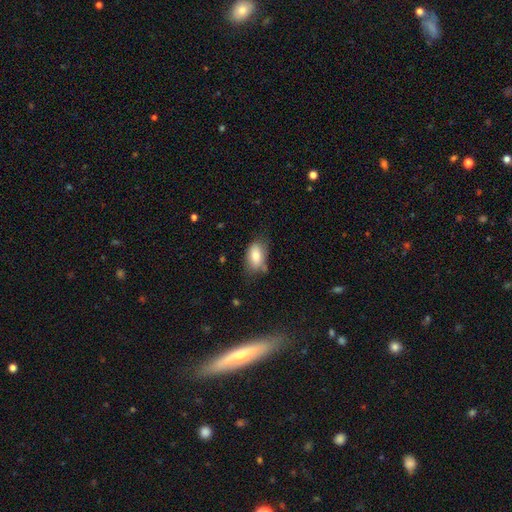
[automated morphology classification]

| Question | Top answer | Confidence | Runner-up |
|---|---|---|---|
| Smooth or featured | smooth | 79% | featured or disk (13%) |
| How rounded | in between | 92% | round (6%) |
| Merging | none | 56% | minor disturbance (31%) |